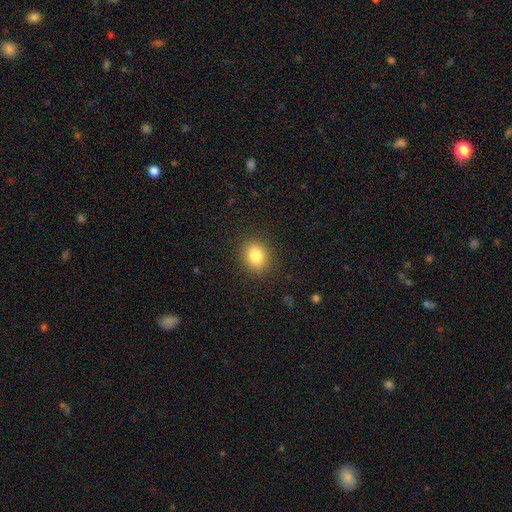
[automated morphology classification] Smooth or featured? Predicted: smooth (p=0.82). How rounded? Predicted: round (p=0.61). Merging? Predicted: none (p=0.89).